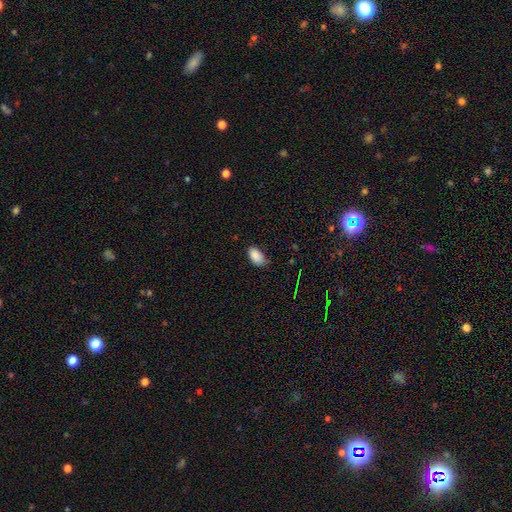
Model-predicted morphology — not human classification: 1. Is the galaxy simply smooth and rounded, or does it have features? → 87% smooth, 8% star or artifact, 4% featured or disk.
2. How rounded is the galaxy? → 94% in between, 5% round, 2% cigar-shaped.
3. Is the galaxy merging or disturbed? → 65% none, 29% minor disturbance, 5% major disturbance, 2% merger.